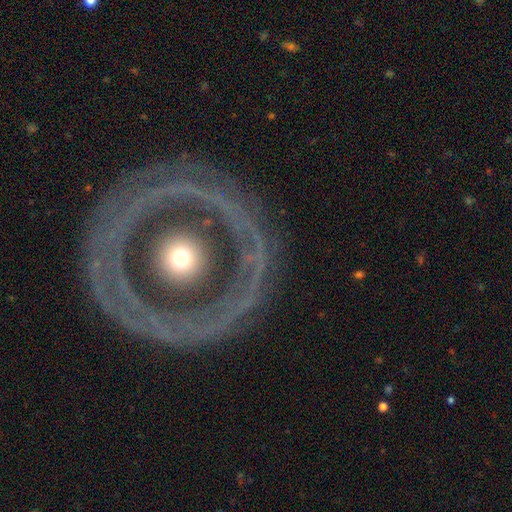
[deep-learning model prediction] This is likely a featured or disk galaxy (68%). It is clearly not viewed edge-on (93%). Bar: clearly no (85%). Spiral arm pattern: likely no (74%). Central bulge: likely moderate (71%). Merging: clearly none (83%).